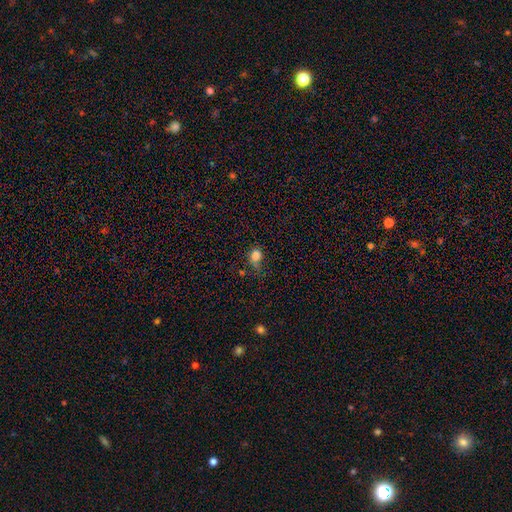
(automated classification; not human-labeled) Smooth or featured: smooth — 80% (star or artifact — 12%)
How rounded: round — 57% (in between — 41%)
Merging: none — 40% (minor disturbance — 31%)